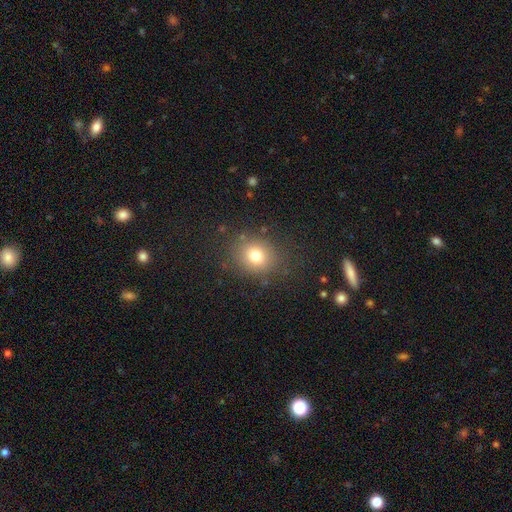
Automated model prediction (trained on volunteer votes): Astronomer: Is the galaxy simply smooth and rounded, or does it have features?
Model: smooth — 75%.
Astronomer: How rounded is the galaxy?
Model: round — 71%.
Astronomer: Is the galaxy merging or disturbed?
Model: none — 82%.